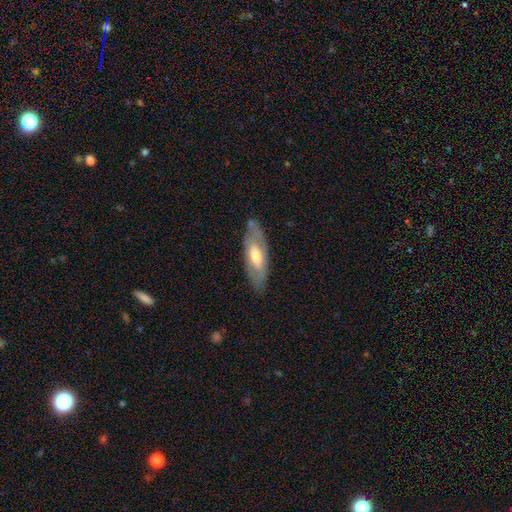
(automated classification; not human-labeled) smooth_or_featured: featured or disk (p=0.55) [alt: smooth p=0.40]
disk_edge_on: no (p=0.71) [alt: yes p=0.29]
merging: none (p=0.79) [alt: minor disturbance p=0.15]